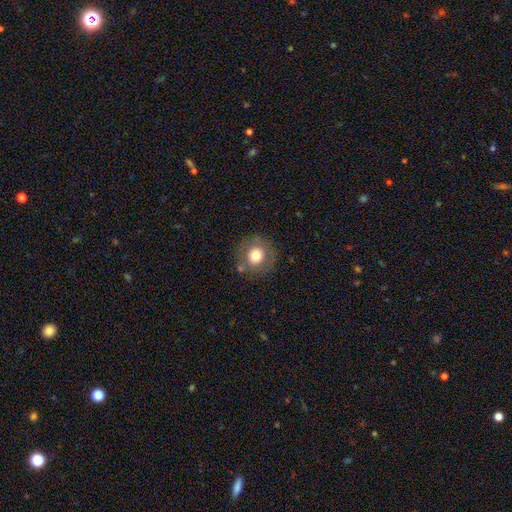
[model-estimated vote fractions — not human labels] Smooth or featured? Predicted: smooth (p=0.73). How rounded? Predicted: round (p=0.92). Merging? Predicted: none (p=0.81).